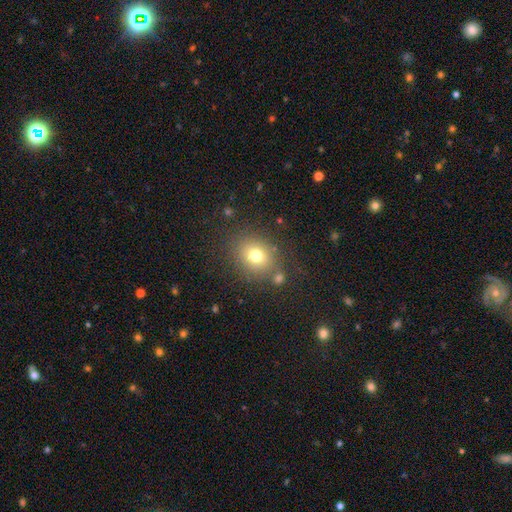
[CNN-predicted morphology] smooth_or_featured: smooth (p=0.74) [alt: star or artifact p=0.15]
how_rounded: round (p=0.67) [alt: in between p=0.32]
merging: none (p=0.77) [alt: minor disturbance p=0.11]